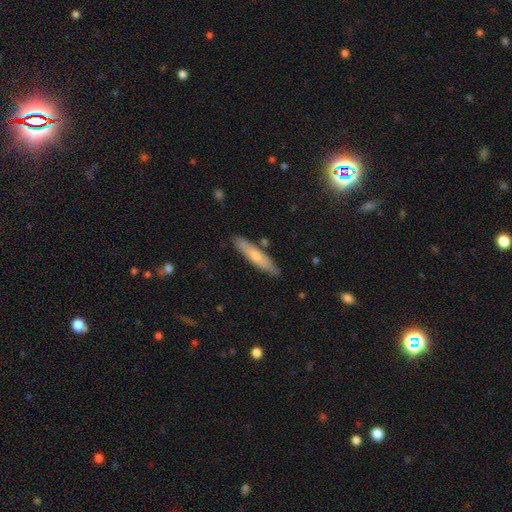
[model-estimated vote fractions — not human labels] This is likely a smooth galaxy (63%). How rounded: clearly cigar-shaped (85%). Merging: clearly none (85%).